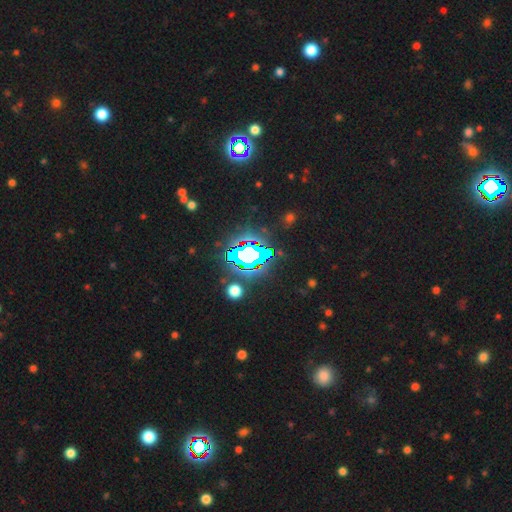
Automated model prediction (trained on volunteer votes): Overall: star or artifact (77%).